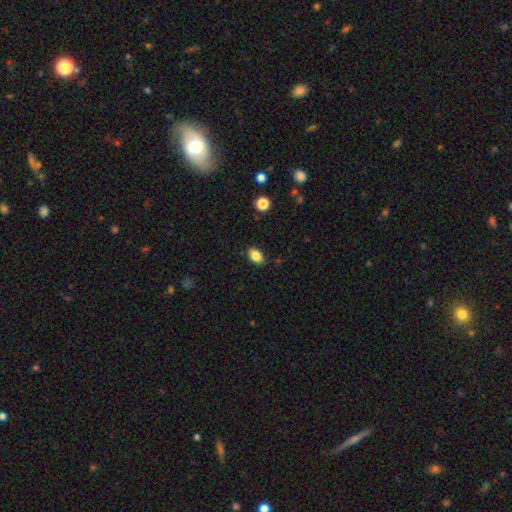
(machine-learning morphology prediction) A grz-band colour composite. It shows a smooth galaxy with no disk features (85%) that is in between round and cigar-shaped (85%). Merging: none (87%).